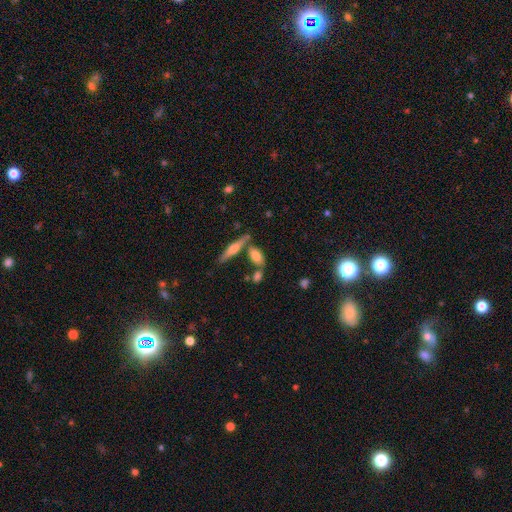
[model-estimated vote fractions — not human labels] A smooth galaxy with no disk features (69%) that is in between round and cigar-shaped (77%). Merging: none (60%).